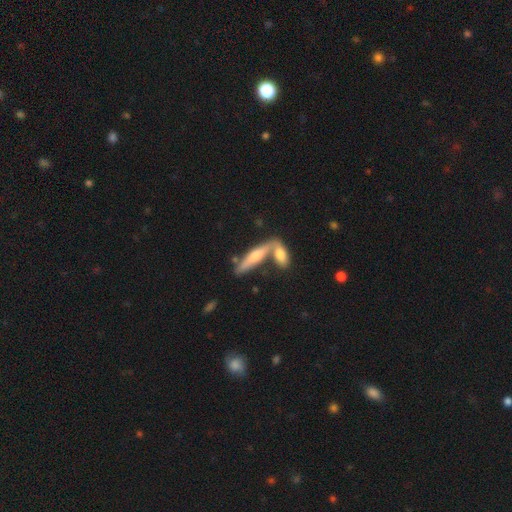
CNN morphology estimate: smooth-or-featured: featured or disk: 48% | smooth: 45% | star or artifact: 7%
  merging: none: 47% | merger: 41% | minor disturbance: 9% | major disturbance: 4%